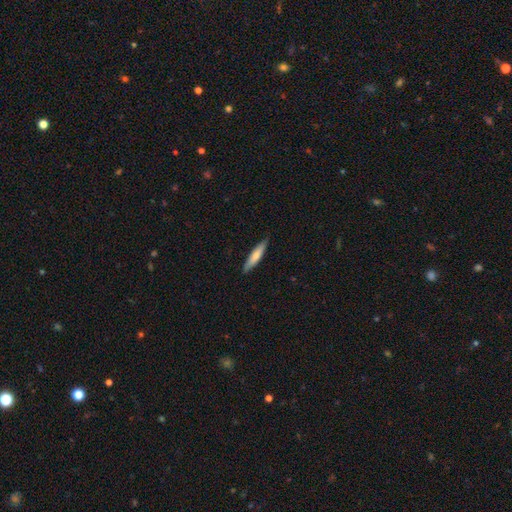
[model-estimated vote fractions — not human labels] The model was most divided on "smooth or featured": smooth: 68%, featured or disk: 27%, star or artifact: 5%. More confident: merging — none (88%); how rounded — cigar-shaped (85%).